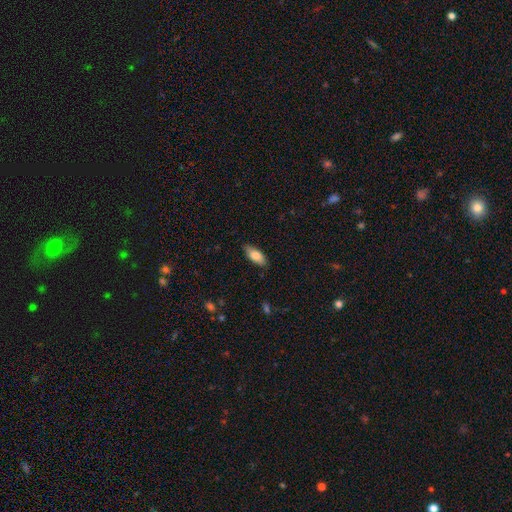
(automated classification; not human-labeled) Q: Smooth or featured?
A: smooth (81%); runner-up: featured or disk (13%)
Q: How rounded?
A: in between (83%); runner-up: cigar-shaped (15%)
Q: Merging?
A: none (83%); runner-up: minor disturbance (13%)